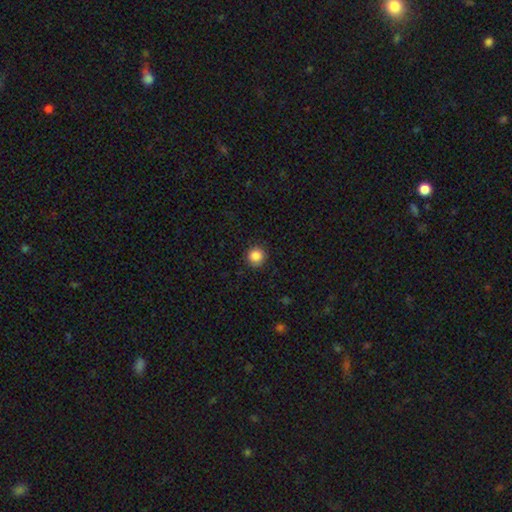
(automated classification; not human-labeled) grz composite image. It shows a smooth galaxy with no disk features (86%) that is round (94%). Merging: none (91%).